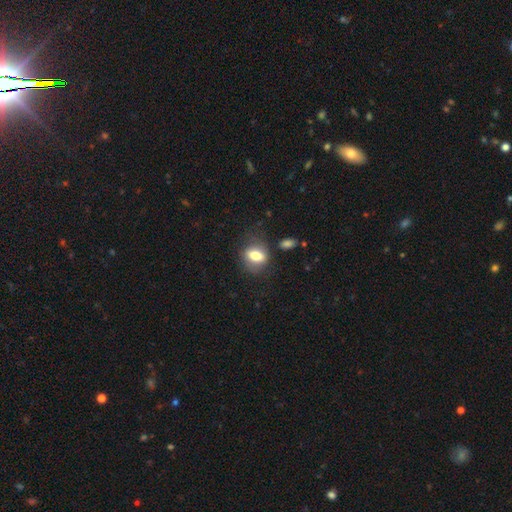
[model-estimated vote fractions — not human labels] Smooth or featured? Predicted: smooth (p=0.73). How rounded? Predicted: in between (p=0.67). Merging? Predicted: none (p=0.73).